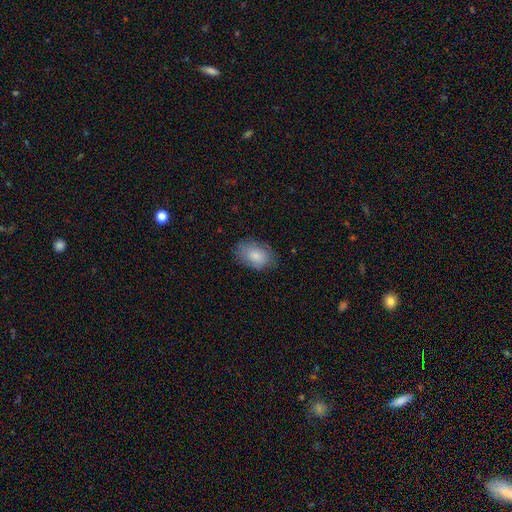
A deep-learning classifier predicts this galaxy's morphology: This is likely a smooth galaxy (78%). How rounded: clearly in between (86%). Merging: likely none (74%).